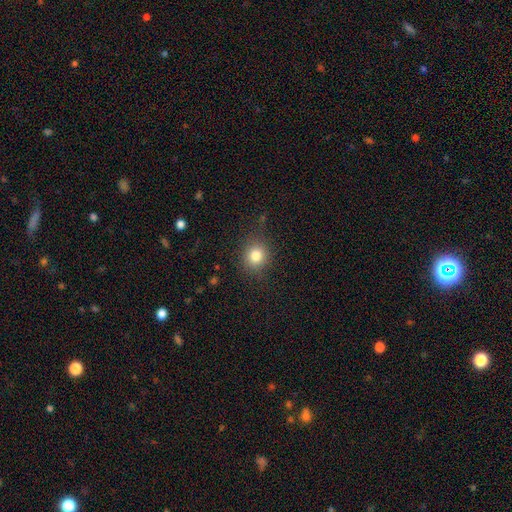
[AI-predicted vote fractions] This is clearly a smooth galaxy (81%). How rounded: clearly round (83%). Merging: clearly none (85%).